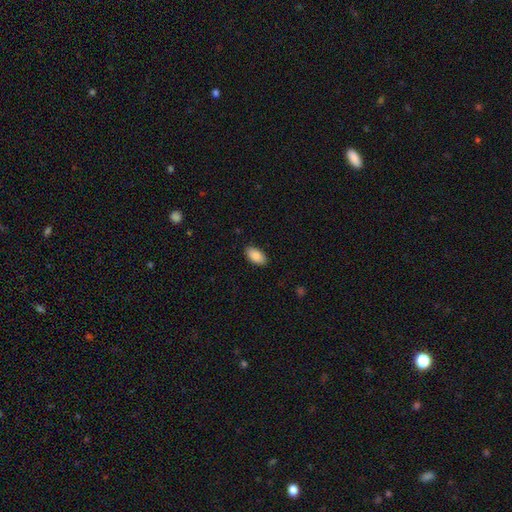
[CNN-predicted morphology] Smooth or featured? Predicted: smooth (p=0.87). How rounded? Predicted: in between (p=0.95). Merging? Predicted: none (p=0.88).